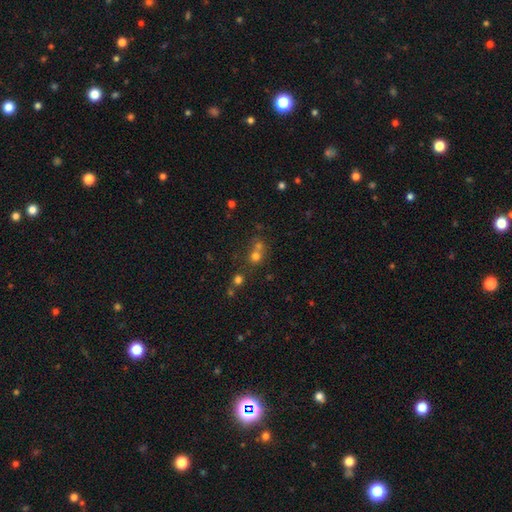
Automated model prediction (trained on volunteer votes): smooth-or-featured: smooth: 62% | star or artifact: 26% | featured or disk: 12%
  how-rounded: round: 84% | in between: 15% | cigar-shaped: 1%
  merging: none: 46% | merger: 44% | minor disturbance: 6% | major disturbance: 3%